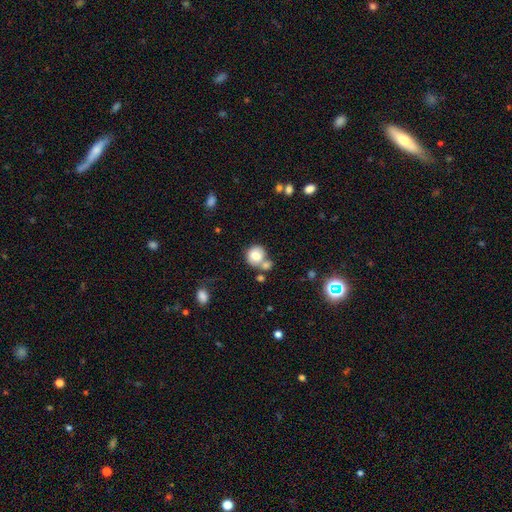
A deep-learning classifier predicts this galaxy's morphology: Smooth or featured: smooth — 76% (featured or disk — 15%)
How rounded: round — 83% (in between — 16%)
Merging: none — 45% (merger — 35%)